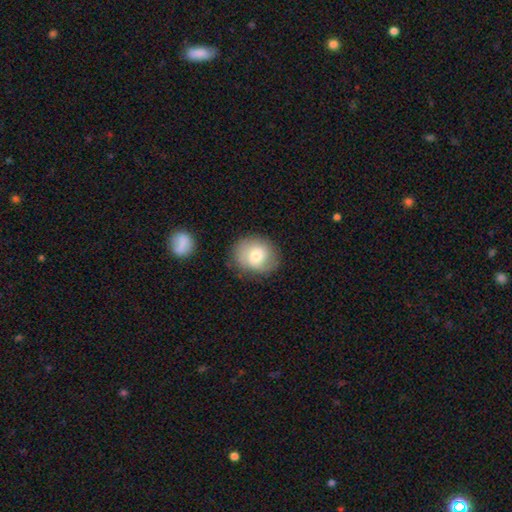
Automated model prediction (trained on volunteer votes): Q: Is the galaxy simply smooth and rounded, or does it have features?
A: smooth — 61%.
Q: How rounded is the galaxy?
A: round — 67%.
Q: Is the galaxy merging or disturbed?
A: none — 76%.